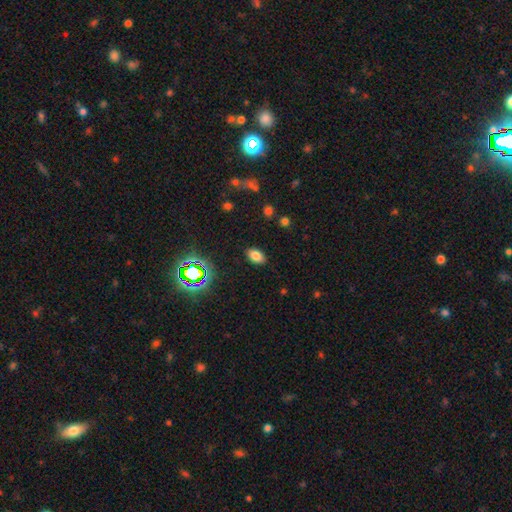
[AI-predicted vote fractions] smooth-or-featured: smooth: 76% | star or artifact: 16% | featured or disk: 8%
  how-rounded: in between: 88% | round: 10% | cigar-shaped: 2%
  merging: none: 87% | minor disturbance: 9% | major disturbance: 3% | merger: 1%